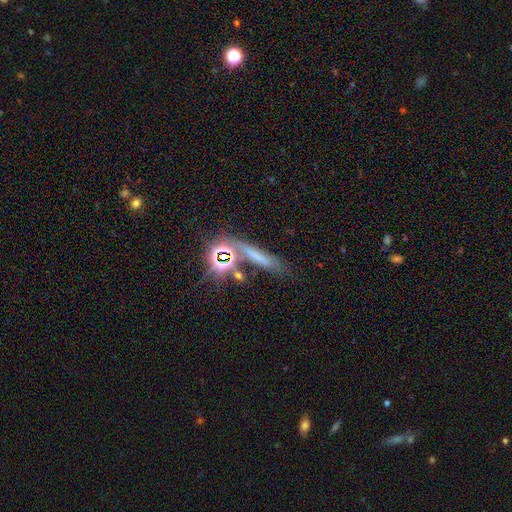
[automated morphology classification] Smooth or featured? Predicted: smooth (p=0.46). Merging? Predicted: none (p=0.63).